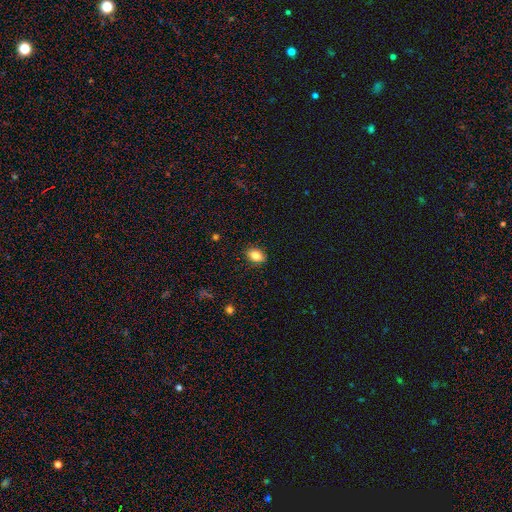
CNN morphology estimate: This appears to be a smooth galaxy with no disk features (84%) that is in between round and cigar-shaped (73%). Merging: none (87%).